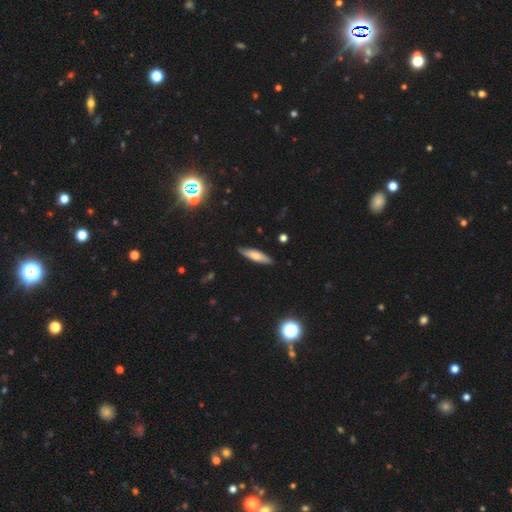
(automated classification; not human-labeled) smooth 63%, featured or disk 30%, star or artifact 7%. Down the decision tree: how rounded — cigar-shaped (68%); merging — none (84%).